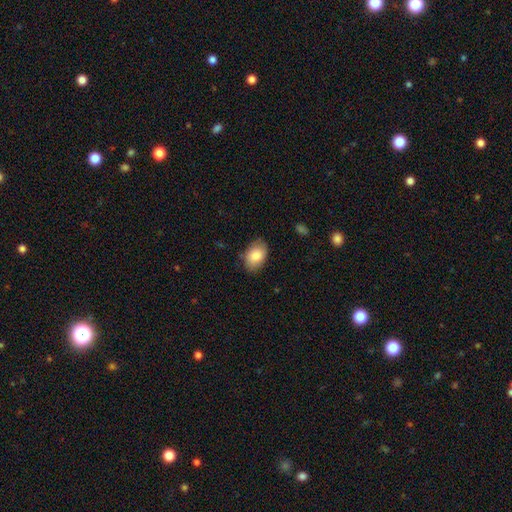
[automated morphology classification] Smooth or featured: smooth — 84% (featured or disk — 10%)
How rounded: in between — 88% (round — 11%)
Merging: none — 81% (minor disturbance — 15%)